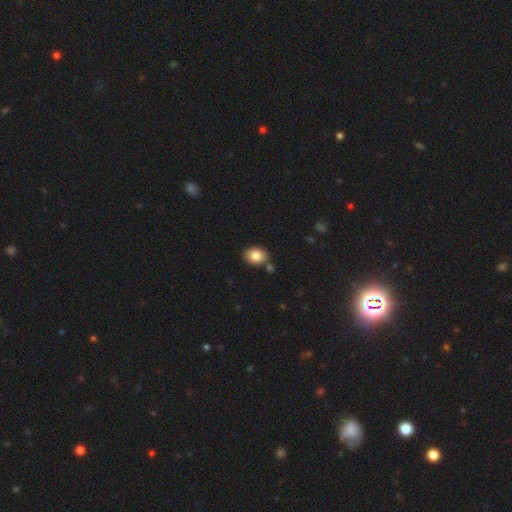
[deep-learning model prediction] This appears to be a smooth galaxy with no disk features (84%) that is in between round and cigar-shaped (66%). Merging: none (77%).